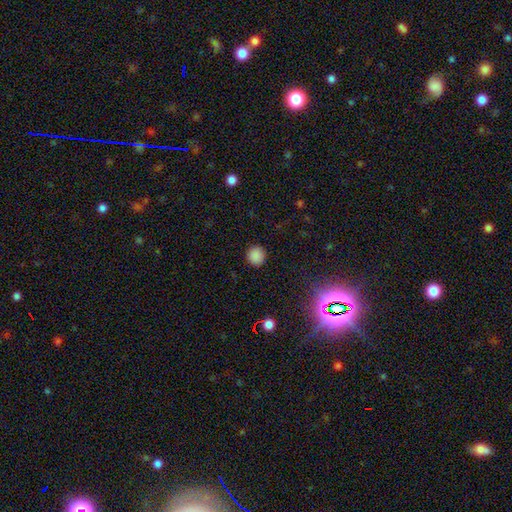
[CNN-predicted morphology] Smooth or featured?
  - smooth: 85% *
  - star or artifact: 12%
  - featured or disk: 3%
How rounded?
  - round: 92% *
  - in between: 7%
  - cigar-shaped: 1%
Merging?
  - none: 91% *
  - minor disturbance: 6%
  - major disturbance: 2%
  - merger: 1%